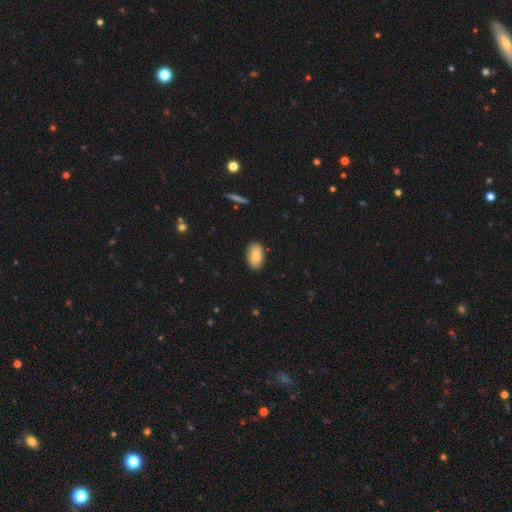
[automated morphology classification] This appears to be a smooth galaxy with no disk features (84%) that is in between round and cigar-shaped (93%). Merging: none (88%).